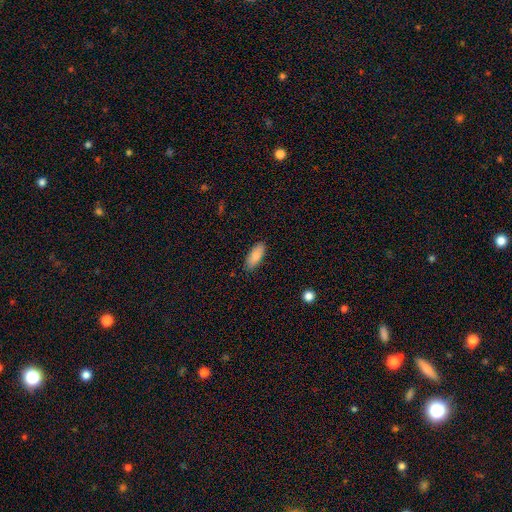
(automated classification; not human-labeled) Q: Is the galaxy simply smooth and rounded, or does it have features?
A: smooth — 86%.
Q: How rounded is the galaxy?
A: in between — 78%.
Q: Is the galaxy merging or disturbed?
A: none — 88%.